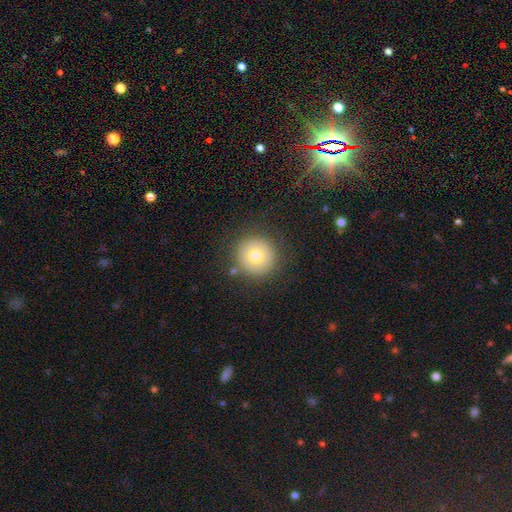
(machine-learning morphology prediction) A smooth galaxy with no disk features (72%) that is round (95%).

Vote fractions:
- Smooth or featured? smooth: 72% / featured or disk: 17% / star or artifact: 11%
- How rounded? round: 95% / in between: 4% / cigar-shaped: 1%
- Merging? none: 86% / minor disturbance: 8% / major disturbance: 4% / merger: 2%